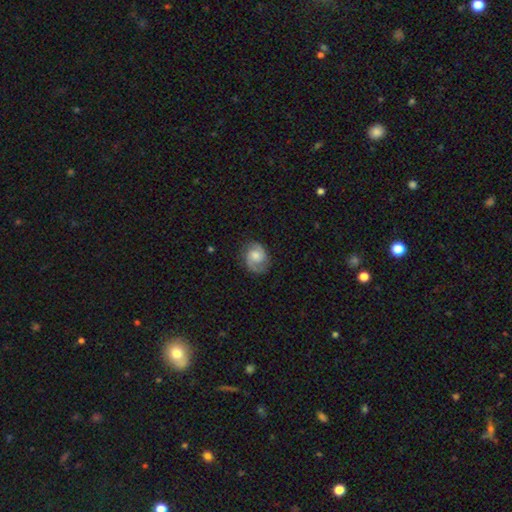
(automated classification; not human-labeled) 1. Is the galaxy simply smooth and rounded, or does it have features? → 73% featured or disk, 21% smooth, 7% star or artifact.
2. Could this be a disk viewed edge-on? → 98% no, 2% yes.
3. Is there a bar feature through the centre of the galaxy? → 61% no, 35% weak, 5% strong.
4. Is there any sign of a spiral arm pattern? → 95% yes, 5% no.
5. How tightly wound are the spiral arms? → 47% medium, 37% tight, 16% loose.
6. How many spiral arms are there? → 83% 2, 8% 1, 6% can't tell, 2% 3, 1% 4, 1% more than 4.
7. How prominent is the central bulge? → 48% moderate, 31% small, 10% large, 9% none, 2% dominant.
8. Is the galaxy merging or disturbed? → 76% none, 17% minor disturbance, 6% major disturbance, 1% merger.